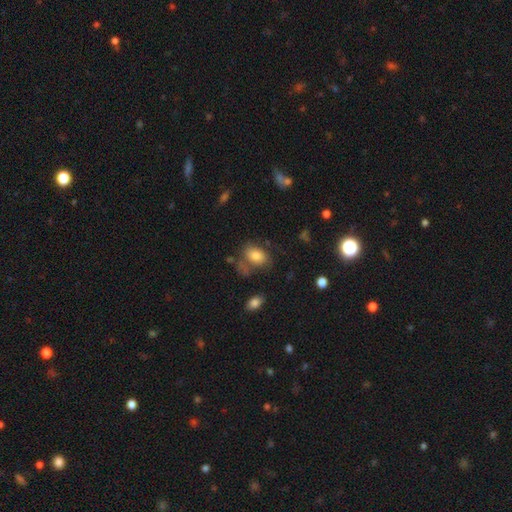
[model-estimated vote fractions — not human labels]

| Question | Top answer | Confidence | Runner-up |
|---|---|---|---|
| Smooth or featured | smooth | 80% | featured or disk (11%) |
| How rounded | in between | 84% | round (15%) |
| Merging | none | 53% | minor disturbance (23%) |